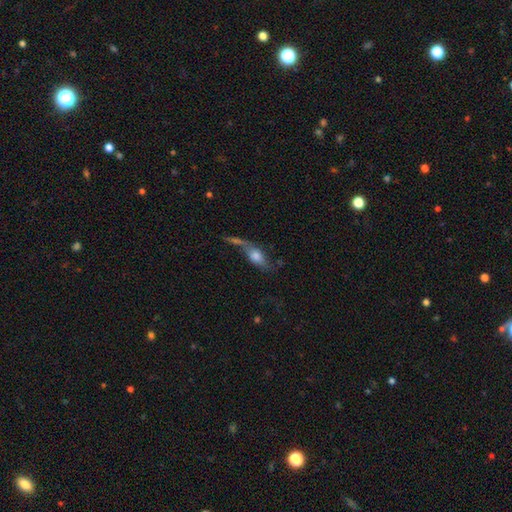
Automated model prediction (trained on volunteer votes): This is possibly a smooth galaxy (57%). How rounded: likely in between (74%). Merging: marginally none (35%).